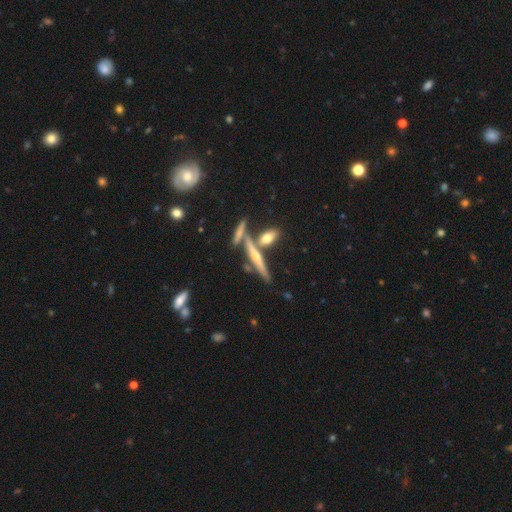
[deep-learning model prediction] Q: Smooth or featured?
A: featured or disk (63%); runner-up: smooth (28%)
Q: Edge-on disk?
A: yes (92%); runner-up: no (8%)
Q: Edge-on bulge?
A: rounded (73%); runner-up: none (21%)
Q: Merging?
A: none (64%); runner-up: merger (22%)